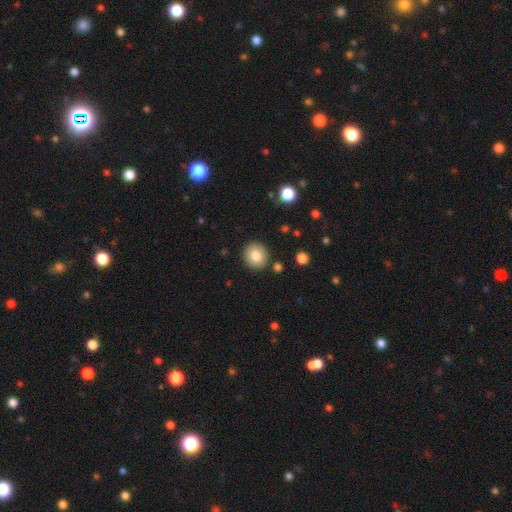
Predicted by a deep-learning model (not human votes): smooth_or_featured: smooth (p=0.80) [alt: featured or disk p=0.11]
how_rounded: round (p=0.90) [alt: in between p=0.09]
merging: none (p=0.89) [alt: minor disturbance p=0.07]